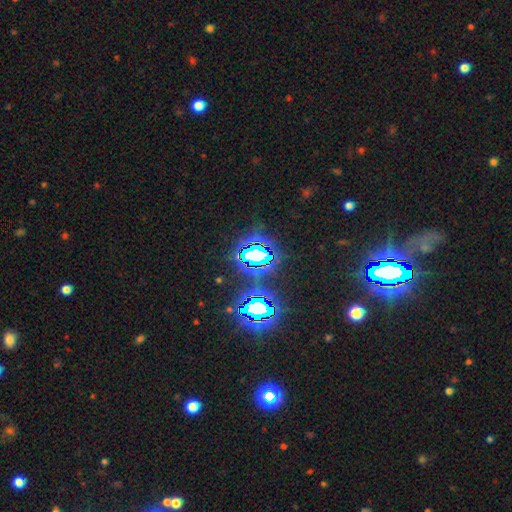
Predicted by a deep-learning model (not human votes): Overall: star or artifact (76%).